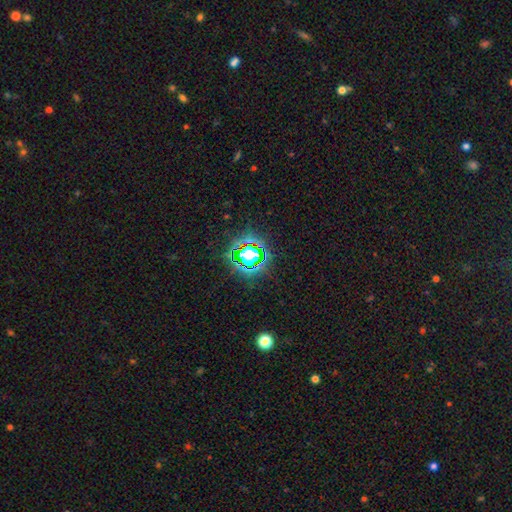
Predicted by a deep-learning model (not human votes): Smooth or featured? star or artifact (73%)